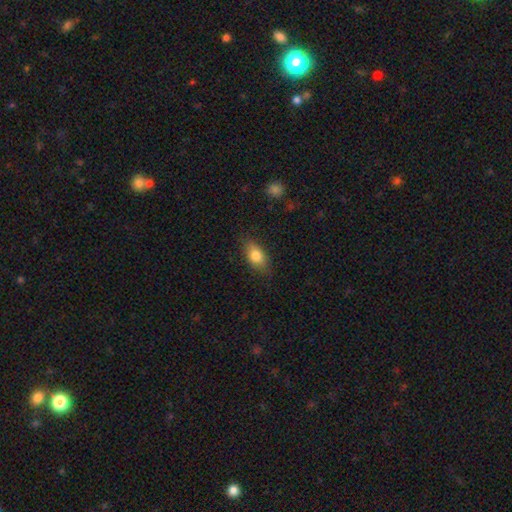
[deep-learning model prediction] smooth_or_featured: smooth (p=0.80) [alt: featured or disk p=0.12]
how_rounded: in between (p=0.85) [alt: round p=0.09]
merging: none (p=0.80) [alt: minor disturbance p=0.16]